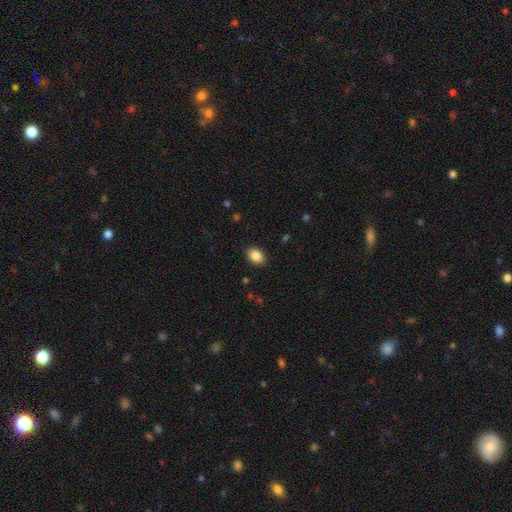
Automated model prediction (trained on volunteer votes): A smooth galaxy with no disk features (87%) that is in between round and cigar-shaped (80%).

Vote fractions:
- Smooth or featured? smooth: 87% / star or artifact: 8% / featured or disk: 5%
- How rounded? in between: 80% / round: 19% / cigar-shaped: 1%
- Merging? none: 88% / minor disturbance: 8% / major disturbance: 2% / merger: 1%